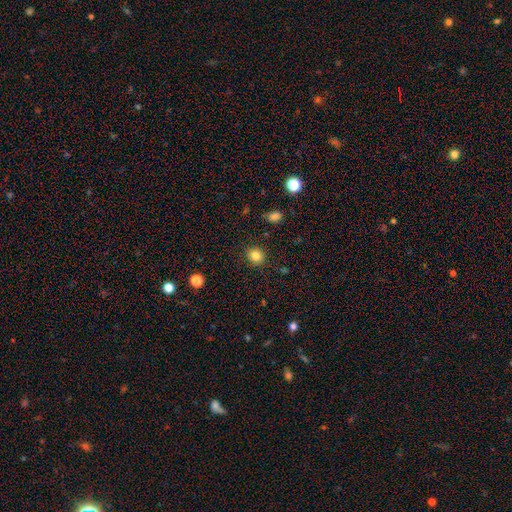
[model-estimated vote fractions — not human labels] A smooth galaxy with no disk features (83%) that is round (84%).

Vote fractions:
- Smooth or featured? smooth: 83% / star or artifact: 12% / featured or disk: 6%
- How rounded? round: 84% / in between: 15% / cigar-shaped: 1%
- Merging? none: 90% / minor disturbance: 7% / major disturbance: 2% / merger: 1%